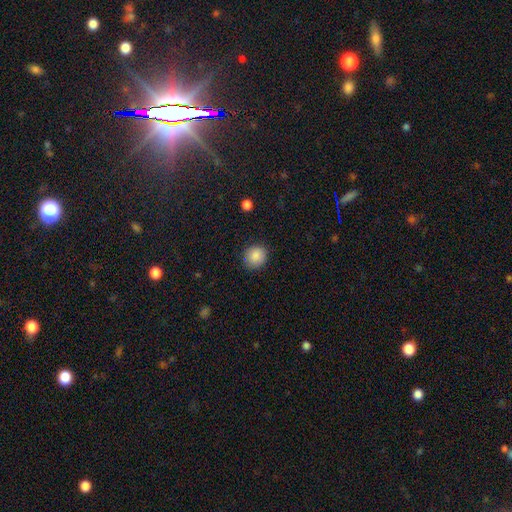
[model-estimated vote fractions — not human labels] The model was most divided on "how rounded": round: 81%, in between: 18%, cigar-shaped: 1%. More confident: smooth or featured — smooth (87%); merging — none (87%).